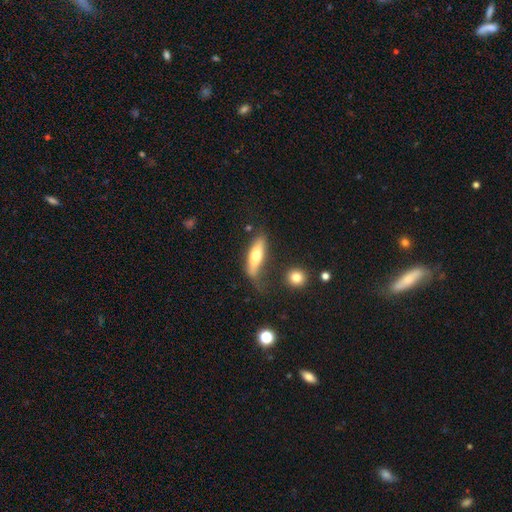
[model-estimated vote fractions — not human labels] Q: Smooth or featured?
A: smooth (59%); runner-up: featured or disk (35%)
Q: How rounded?
A: cigar-shaped (51%); runner-up: in between (47%)
Q: Merging?
A: none (54%); runner-up: minor disturbance (27%)